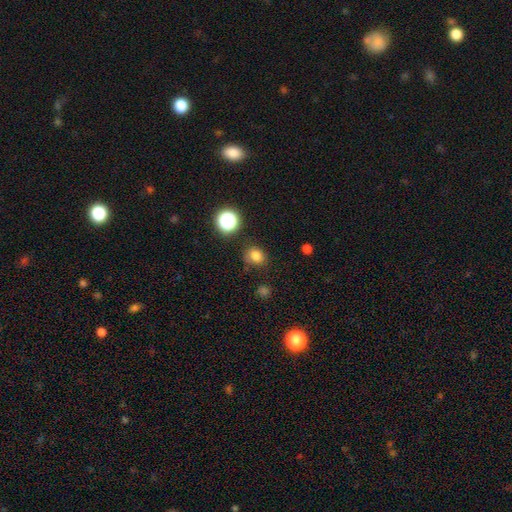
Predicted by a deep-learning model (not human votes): A smooth galaxy with no disk features (79%) that is round (69%). Merging: none (76%).